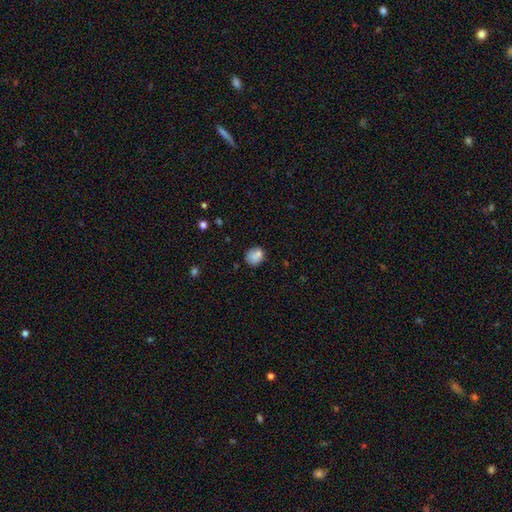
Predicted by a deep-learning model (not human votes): Morphology: type=smooth (79%); roundness=round (68%); merging=none (63%).